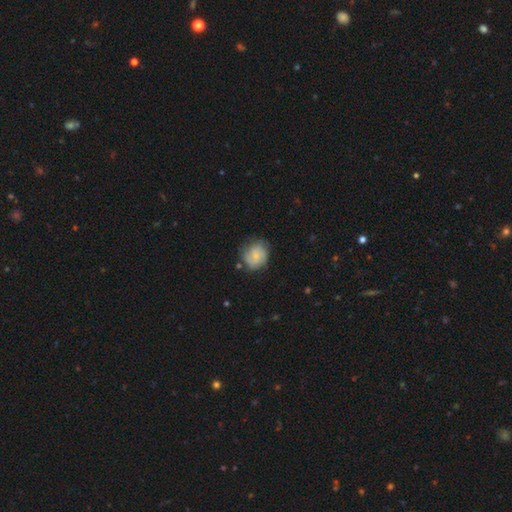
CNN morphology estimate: smooth-or-featured: smooth: 68% | featured or disk: 24% | star or artifact: 8%
  how-rounded: round: 77% | in between: 22% | cigar-shaped: 1%
  merging: none: 65% | minor disturbance: 25% | major disturbance: 7% | merger: 3%